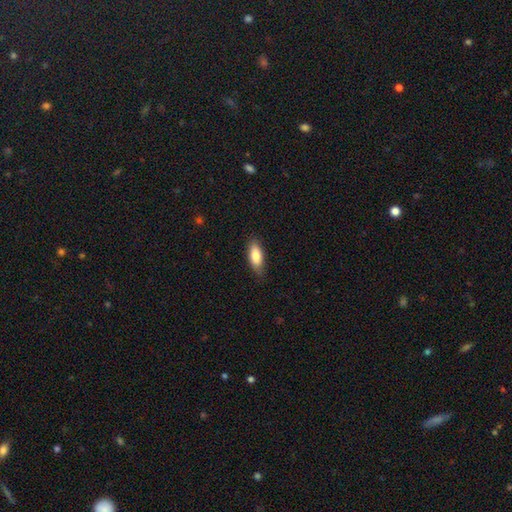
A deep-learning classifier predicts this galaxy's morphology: A smooth galaxy with no disk features (83%) that is in between round and cigar-shaped (73%).

Vote fractions:
- Smooth or featured? smooth: 83% / featured or disk: 11% / star or artifact: 6%
- How rounded? in between: 73% / cigar-shaped: 25% / round: 2%
- Merging? none: 82% / minor disturbance: 14% / major disturbance: 3% / merger: 1%